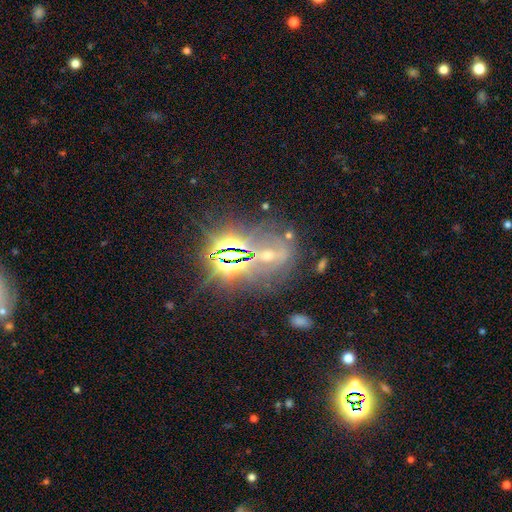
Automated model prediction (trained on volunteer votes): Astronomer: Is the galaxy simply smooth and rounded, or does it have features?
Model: star or artifact — 66%.